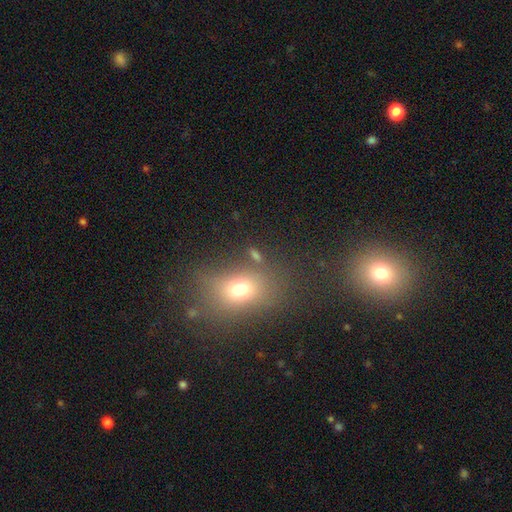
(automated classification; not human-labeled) Smooth or featured: smooth — 65% (star or artifact — 22%)
How rounded: in between — 59% (round — 37%)
Merging: none — 68% (minor disturbance — 15%)